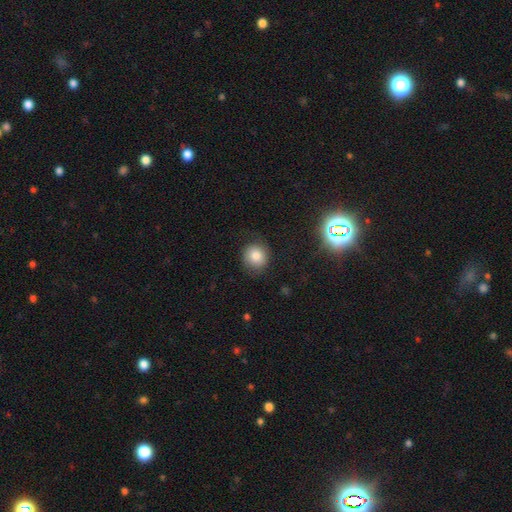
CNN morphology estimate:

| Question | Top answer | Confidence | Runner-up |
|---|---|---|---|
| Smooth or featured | smooth | 80% | star or artifact (11%) |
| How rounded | round | 84% | in between (15%) |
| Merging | none | 79% | minor disturbance (15%) |